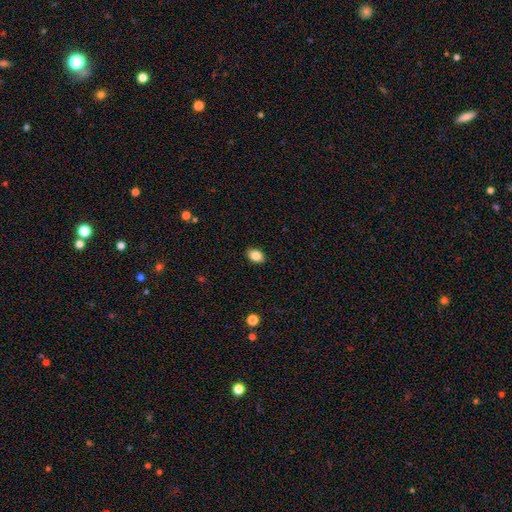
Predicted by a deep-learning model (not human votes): A smooth galaxy with no disk features (85%) that is in between round and cigar-shaped (80%). Merging: none (89%).